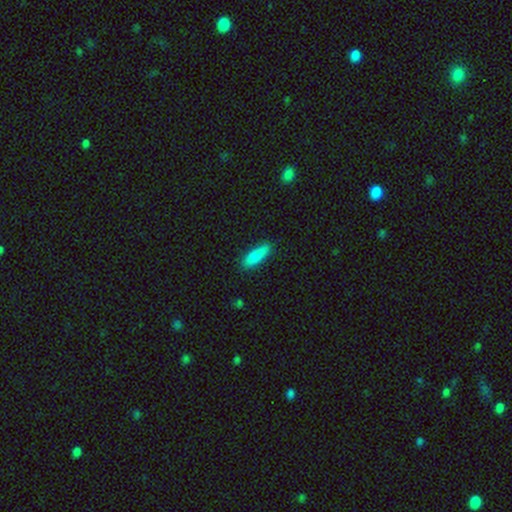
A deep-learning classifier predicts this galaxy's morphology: Overall: smooth (86%). How rounded: cigar-shaped (58%; in between 40%). Merging: none (85%).